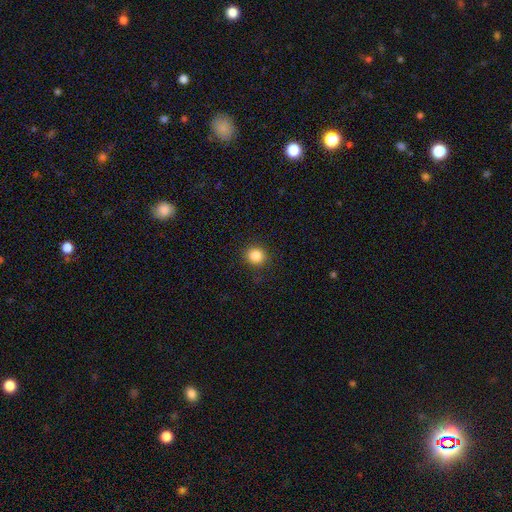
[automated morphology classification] Q: Smooth or featured?
A: smooth (86%); runner-up: star or artifact (11%)
Q: How rounded?
A: round (87%); runner-up: in between (12%)
Q: Merging?
A: none (88%); runner-up: minor disturbance (8%)